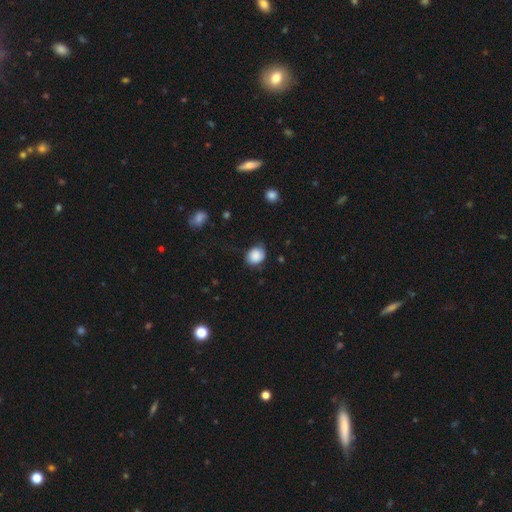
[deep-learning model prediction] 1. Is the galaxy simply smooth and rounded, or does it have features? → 86% smooth, 8% star or artifact, 6% featured or disk.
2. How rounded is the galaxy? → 60% round, 39% in between, 1% cigar-shaped.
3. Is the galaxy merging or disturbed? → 69% none, 24% minor disturbance, 6% major disturbance, 2% merger.